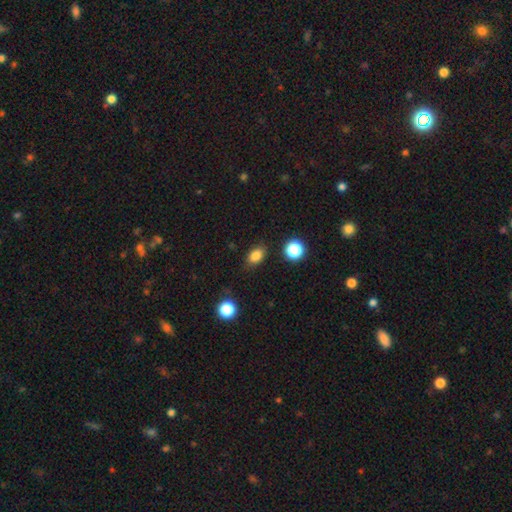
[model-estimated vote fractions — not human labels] Morphology: type=smooth (83%); roundness=in between (77%); merging=none (83%).